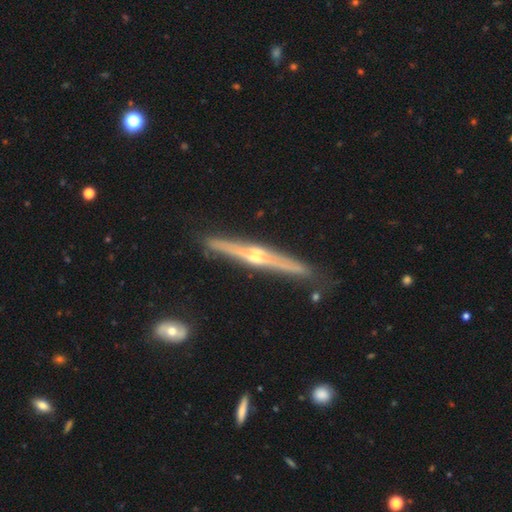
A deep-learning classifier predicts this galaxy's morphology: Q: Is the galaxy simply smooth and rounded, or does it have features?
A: featured or disk — 83%.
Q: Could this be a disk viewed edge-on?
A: yes — 98%.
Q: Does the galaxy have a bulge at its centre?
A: rounded — 88%.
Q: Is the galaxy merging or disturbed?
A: none — 87%.